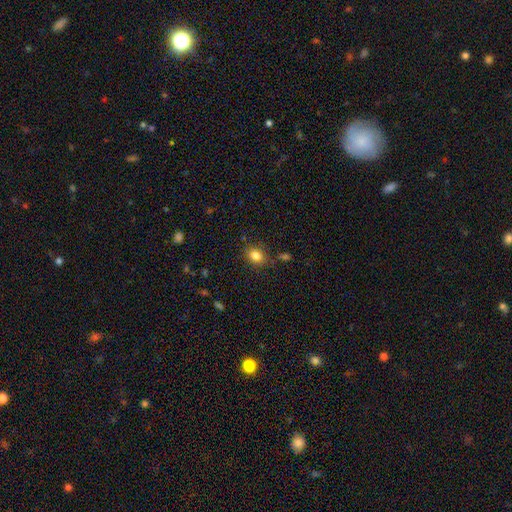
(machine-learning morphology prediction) Smooth or featured? smooth (82%)
How rounded? in between (53%)
Merging? none (83%)